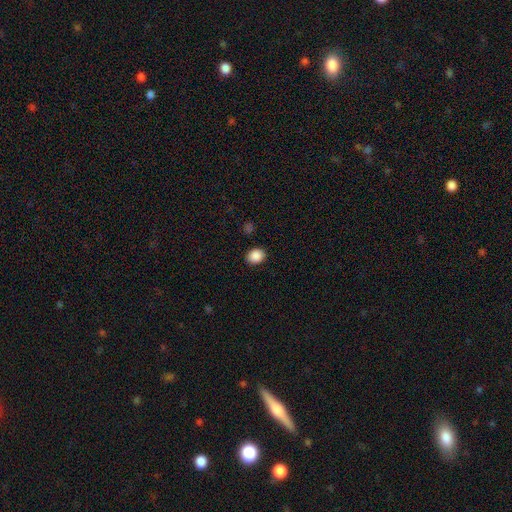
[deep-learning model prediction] A smooth galaxy with no disk features (89%) that is round (55%). Merging: none (90%).